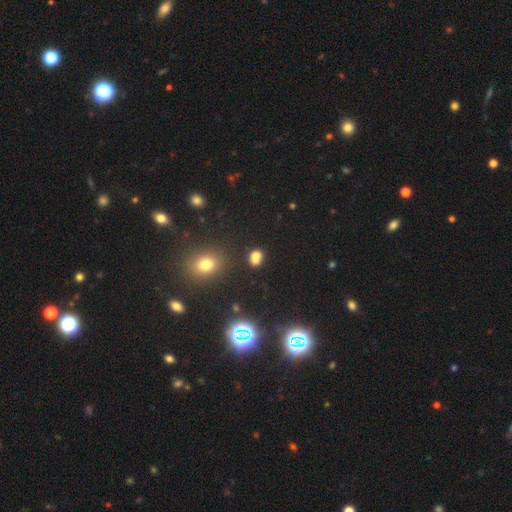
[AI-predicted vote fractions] Q: Smooth or featured?
A: smooth (70%); runner-up: star or artifact (21%)
Q: How rounded?
A: in between (52%); runner-up: round (46%)
Q: Merging?
A: none (54%); runner-up: merger (27%)